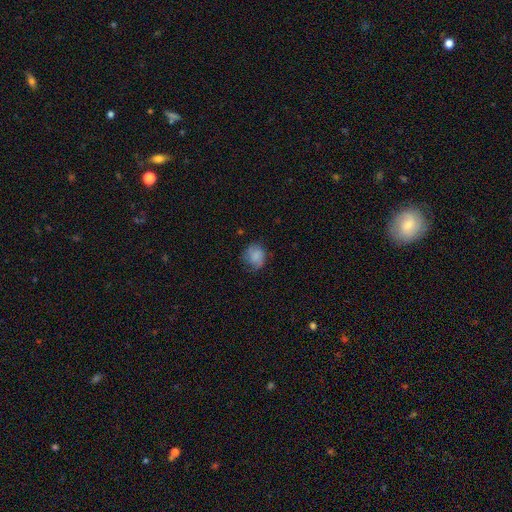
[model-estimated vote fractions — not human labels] smooth_or_featured: smooth (p=0.75) [alt: featured or disk p=0.16]
how_rounded: round (p=0.69) [alt: in between p=0.30]
merging: none (p=0.63) [alt: minor disturbance p=0.25]